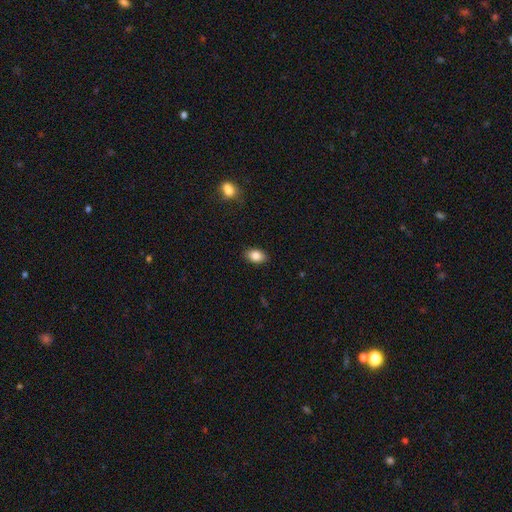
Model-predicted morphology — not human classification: Smooth or featured?
  - smooth: 85% *
  - star or artifact: 8%
  - featured or disk: 7%
How rounded?
  - in between: 86% *
  - round: 12%
  - cigar-shaped: 2%
Merging?
  - none: 87% *
  - minor disturbance: 10%
  - major disturbance: 2%
  - merger: 1%